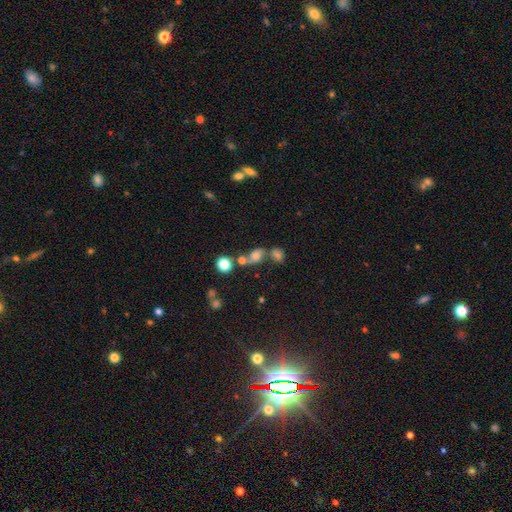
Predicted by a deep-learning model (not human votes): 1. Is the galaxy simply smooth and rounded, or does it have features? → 62% smooth, 19% featured or disk, 19% star or artifact.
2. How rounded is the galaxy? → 59% in between, 37% round, 4% cigar-shaped.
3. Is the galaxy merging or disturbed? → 39% merger, 37% none, 15% minor disturbance, 10% major disturbance.